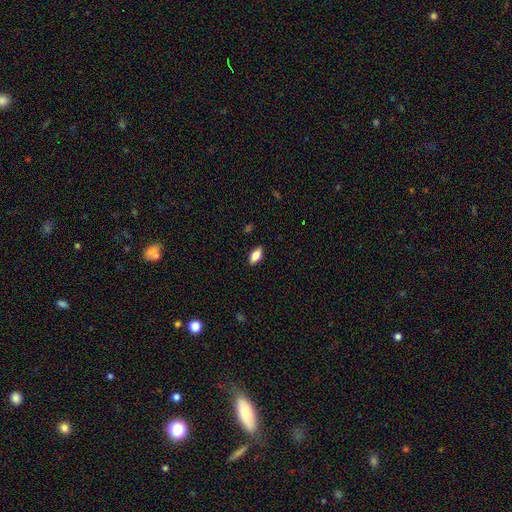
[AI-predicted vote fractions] Smooth or featured?
  - smooth: 80% *
  - featured or disk: 13%
  - star or artifact: 7%
How rounded?
  - in between: 88% *
  - cigar-shaped: 9%
  - round: 4%
Merging?
  - none: 88% *
  - minor disturbance: 9%
  - major disturbance: 2%
  - merger: 1%